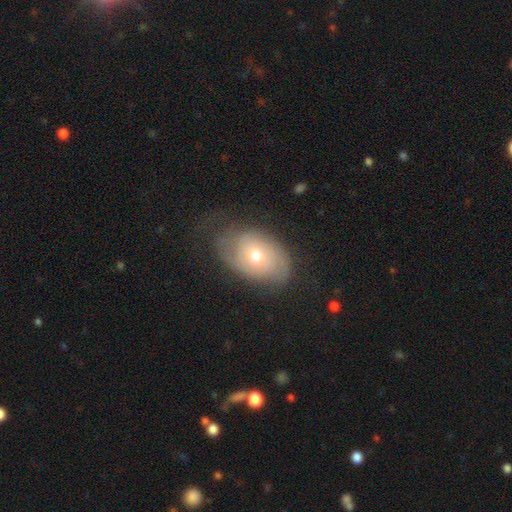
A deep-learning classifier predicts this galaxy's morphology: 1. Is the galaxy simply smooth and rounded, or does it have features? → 46% smooth (tied), 46% featured or disk (tied), 8% star or artifact.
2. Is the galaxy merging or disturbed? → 53% none, 28% minor disturbance, 17% major disturbance, 1% merger.